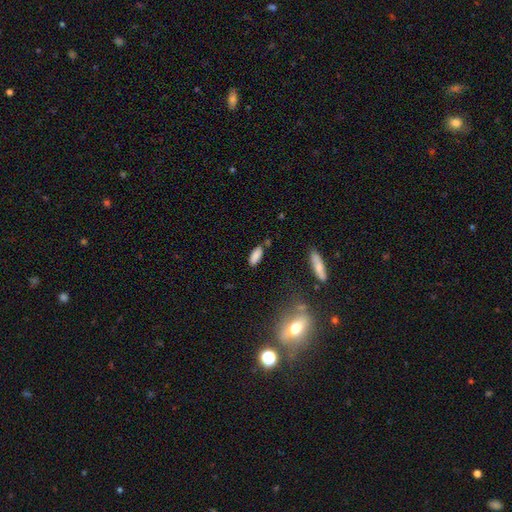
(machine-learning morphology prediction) Q: Smooth or featured?
A: smooth (85%); runner-up: star or artifact (8%)
Q: How rounded?
A: in between (75%); runner-up: cigar-shaped (23%)
Q: Merging?
A: none (77%); runner-up: minor disturbance (15%)